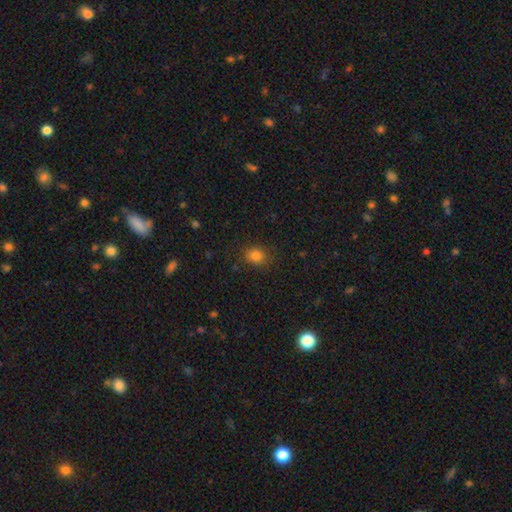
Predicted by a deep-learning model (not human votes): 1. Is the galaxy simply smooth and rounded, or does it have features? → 82% smooth, 13% star or artifact, 5% featured or disk.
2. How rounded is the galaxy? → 59% round, 40% in between, 1% cigar-shaped.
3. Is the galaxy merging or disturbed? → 84% none, 11% minor disturbance, 3% major disturbance, 1% merger.